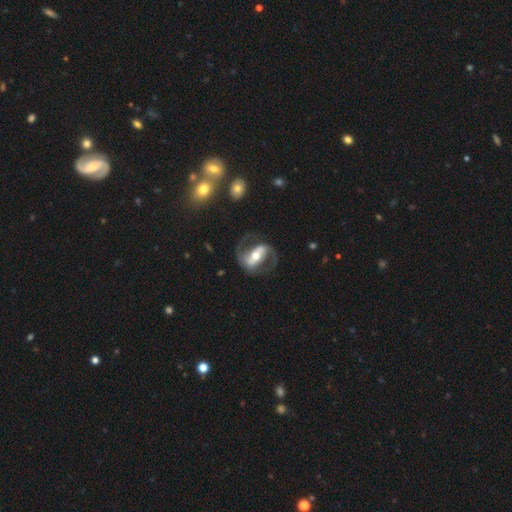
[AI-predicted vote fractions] Q: Smooth or featured?
A: featured or disk (83%); runner-up: smooth (12%)
Q: Edge-on disk?
A: no (95%); runner-up: yes (5%)
Q: Bar?
A: strong (60%); runner-up: weak (24%)
Q: Spiral arms?
A: yes (89%); runner-up: no (11%)
Q: Spiral winding?
A: medium (53%); runner-up: loose (29%)
Q: Spiral arm count?
A: 2 (90%); runner-up: can't tell (4%)
Q: Bulge size?
A: moderate (67%); runner-up: small (19%)
Q: Merging?
A: none (70%); runner-up: major disturbance (14%)